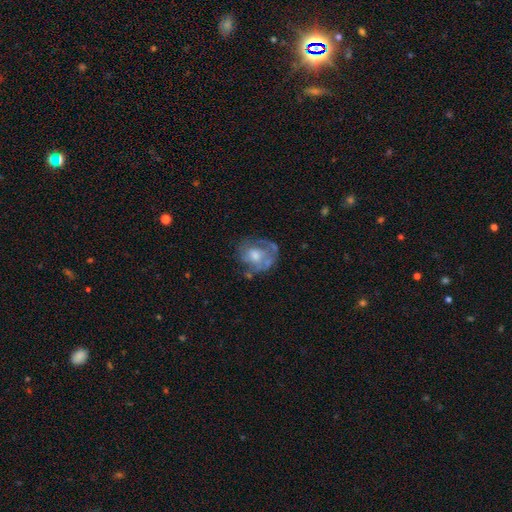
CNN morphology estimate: smooth_or_featured: featured or disk (p=0.61) [alt: smooth p=0.32]
disk_edge_on: no (p=0.97) [alt: yes p=0.03]
bar: no (p=0.78) [alt: weak p=0.19]
has_spiral_arms: yes (p=0.50) [tied with: no p=0.50]
bulge_size: moderate (p=0.54) [alt: small p=0.25]
merging: none (p=0.49) [alt: minor disturbance p=0.24]